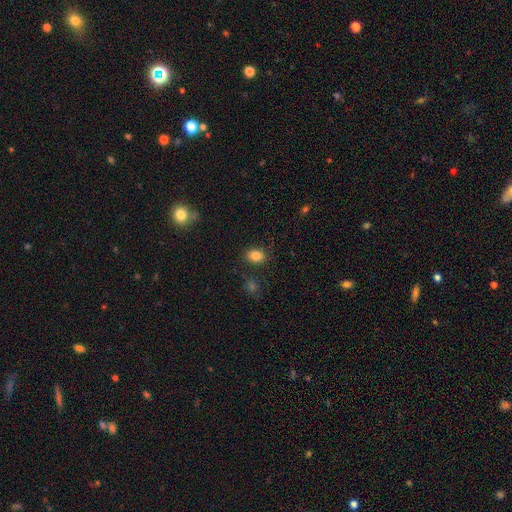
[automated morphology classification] Overall: smooth (85%). How rounded: in between (61%; round 38%). Merging: none (84%).